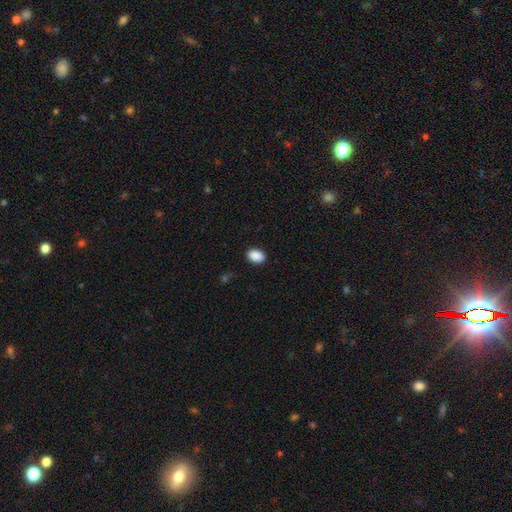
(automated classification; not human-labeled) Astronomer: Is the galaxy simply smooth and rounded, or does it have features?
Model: smooth — 90%.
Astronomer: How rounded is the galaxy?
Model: in between — 80%.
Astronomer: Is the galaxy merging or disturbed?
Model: none — 90%.